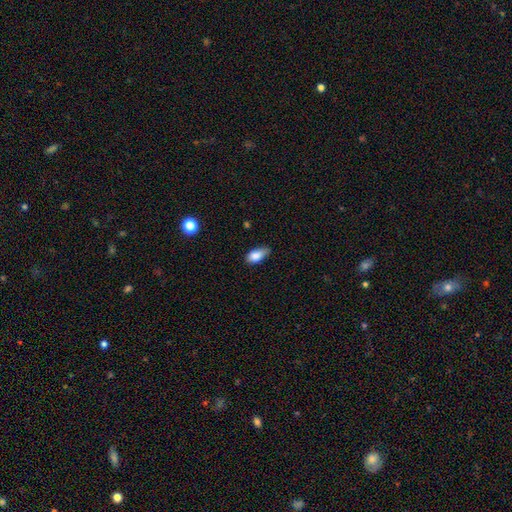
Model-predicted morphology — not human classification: smooth 85%, star or artifact 8%, featured or disk 7%. Down the decision tree: how rounded — in between (89%); merging — none (54%).